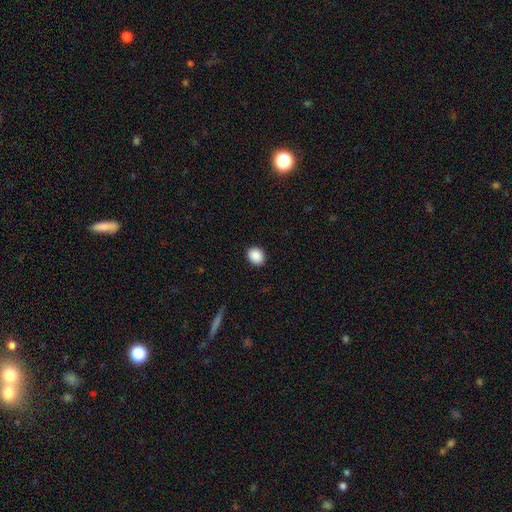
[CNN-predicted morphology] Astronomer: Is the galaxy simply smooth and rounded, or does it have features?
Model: smooth — 90%.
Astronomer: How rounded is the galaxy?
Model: round — 52% (runner-up: in between, 47%).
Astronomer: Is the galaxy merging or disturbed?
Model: none — 90%.